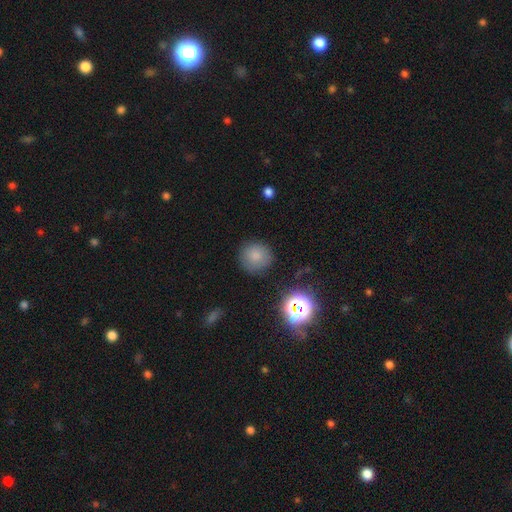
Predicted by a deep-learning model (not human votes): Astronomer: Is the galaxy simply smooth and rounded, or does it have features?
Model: smooth — 79%.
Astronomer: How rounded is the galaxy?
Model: round — 92%.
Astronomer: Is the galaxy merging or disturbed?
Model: none — 85%.